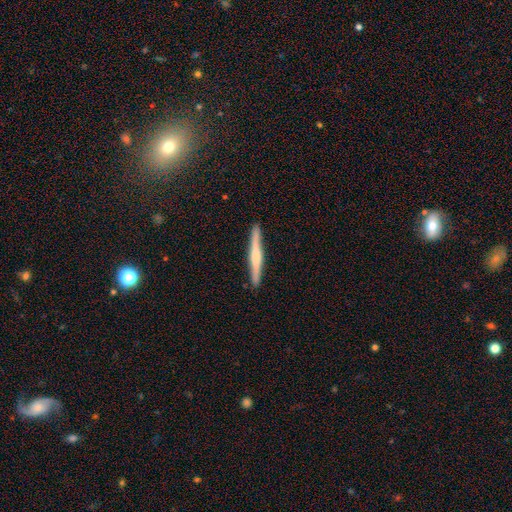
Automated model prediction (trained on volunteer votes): A featured or disk galaxy (53%) viewed edge-on (97%) with a rounded central bulge (45%).

Vote fractions:
- Smooth or featured? featured or disk: 53% / smooth: 41% / star or artifact: 5%
- Edge-on disk? yes: 97% / no: 3%
- Edge-on bulge? rounded: 45% / none: 32% / boxy: 23%
- Merging? none: 91% / minor disturbance: 7% / major disturbance: 1% / merger: 1%